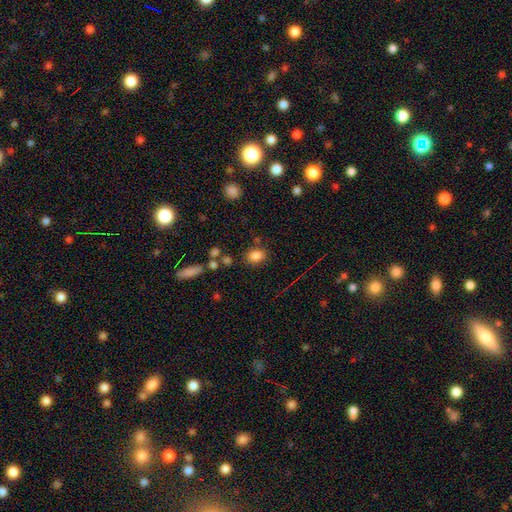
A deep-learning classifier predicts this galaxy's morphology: This is clearly a smooth galaxy (83%). How rounded: possibly in between (54%). Merging: likely none (76%).